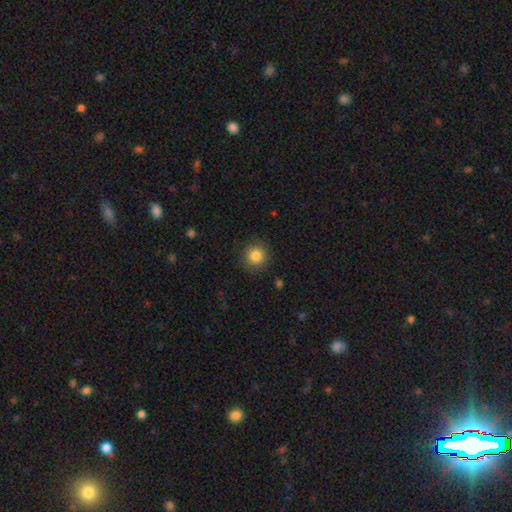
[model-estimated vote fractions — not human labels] smooth 84%, star or artifact 10%, featured or disk 6%. Down the decision tree: how rounded — round (94%); merging — none (89%).